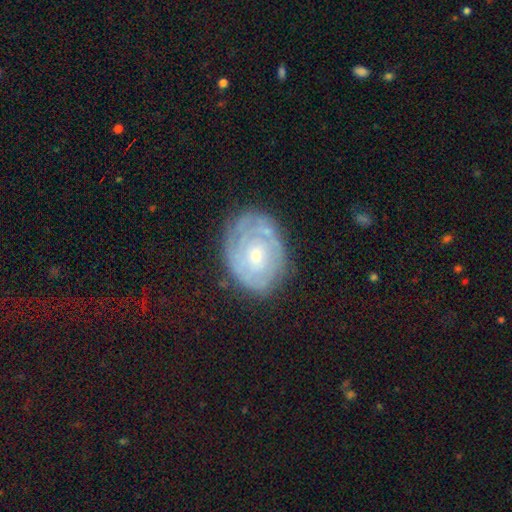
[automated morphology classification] smooth_or_featured: featured or disk (p=0.73) [alt: smooth p=0.21]
disk_edge_on: no (p=0.96) [alt: yes p=0.04]
bar: no (p=0.78) [alt: weak p=0.18]
has_spiral_arms: yes (p=0.79) [alt: no p=0.21]
spiral_winding: tight (p=0.78) [alt: medium p=0.16]
spiral_arm_count: can't tell (p=0.57) [alt: 2 p=0.16]
bulge_size: small (p=0.66) [alt: moderate p=0.30]
merging: none (p=0.71) [alt: minor disturbance p=0.20]